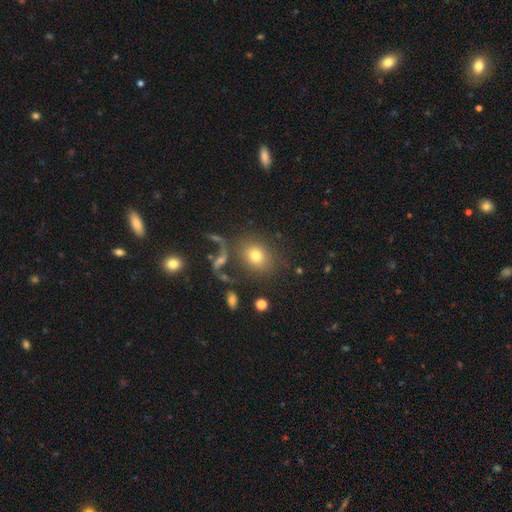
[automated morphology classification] Overall: smooth (71%). How rounded: round (59%; in between 40%). Merging: none (72%).